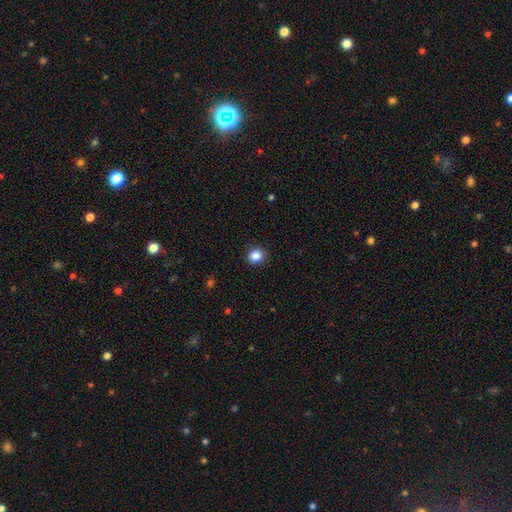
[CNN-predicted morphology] Smooth or featured? smooth (86%)
How rounded? round (89%)
Merging? none (92%)